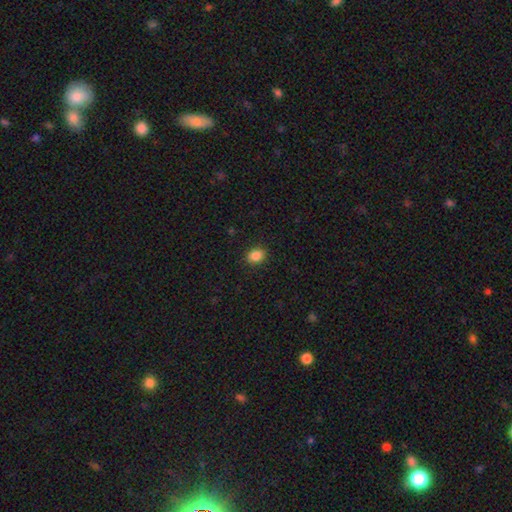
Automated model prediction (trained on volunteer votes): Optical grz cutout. It shows a smooth galaxy with no disk features (87%) that is in between round and cigar-shaped (54%). Merging: none (90%).